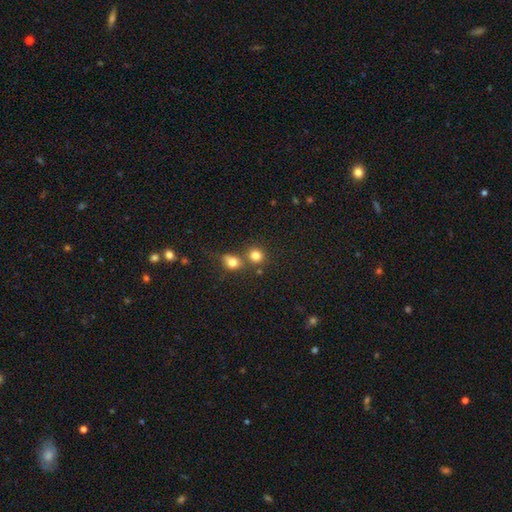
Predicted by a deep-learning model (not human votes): Q: Smooth or featured?
A: smooth (80%); runner-up: star or artifact (13%)
Q: How rounded?
A: round (83%); runner-up: in between (16%)
Q: Merging?
A: none (59%); runner-up: merger (29%)